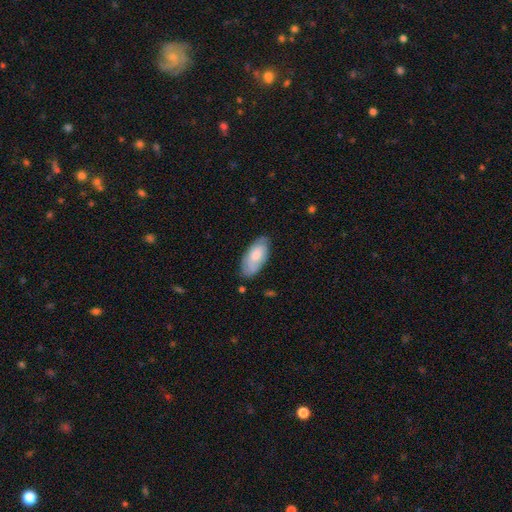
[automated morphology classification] smooth_or_featured: smooth (p=0.64) [alt: featured or disk p=0.30]
how_rounded: in between (p=0.92) [alt: cigar-shaped p=0.06]
merging: none (p=0.69) [alt: minor disturbance p=0.24]